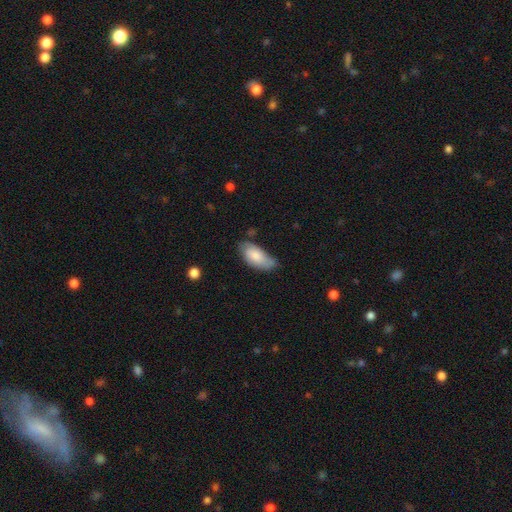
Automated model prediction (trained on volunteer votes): smooth_or_featured: smooth (p=0.74) [alt: featured or disk p=0.20]
how_rounded: in between (p=0.91) [alt: cigar-shaped p=0.07]
merging: none (p=0.53) [alt: minor disturbance p=0.36]